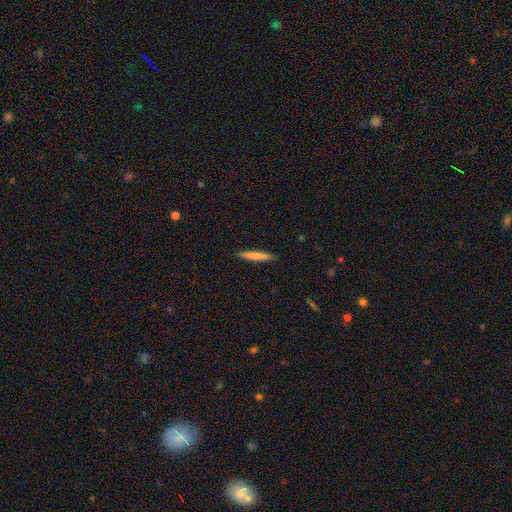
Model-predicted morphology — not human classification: A smooth galaxy with no disk features (76%) that is cigar-shaped (94%). Merging: none (91%).